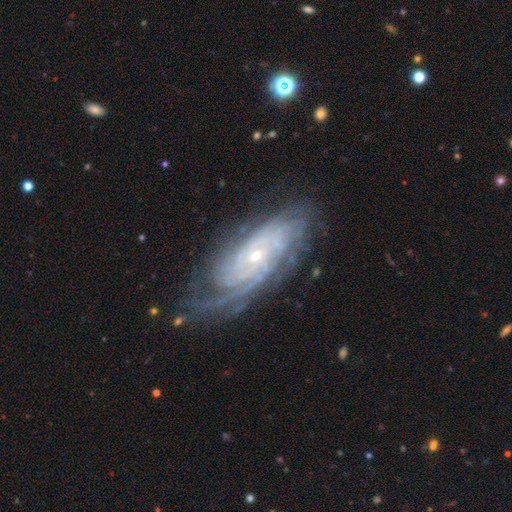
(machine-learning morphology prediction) This appears to be a featured or disk galaxy (86%) with no bar (75%), tight (76%) spiral arms (97%) and a small central bulge (81%). Merging: none (73%).